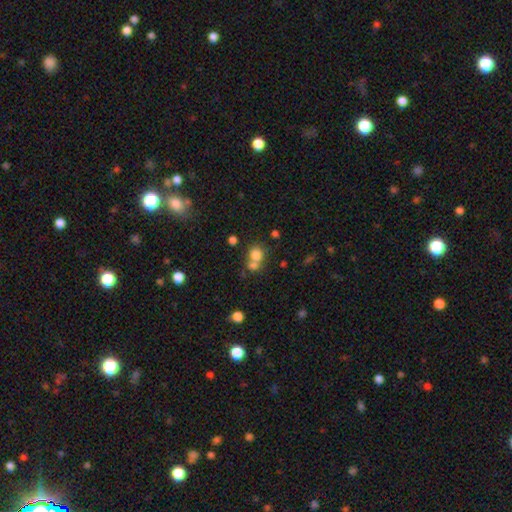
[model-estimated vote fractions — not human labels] This is likely a smooth galaxy (77%). How rounded: clearly round (81%). Merging: marginally merger (44%, tied with none).